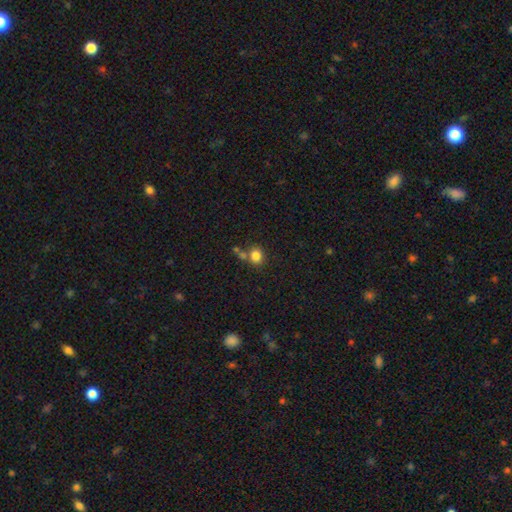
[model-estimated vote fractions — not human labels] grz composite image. It shows a smooth galaxy with no disk features (82%) that is round (69%). Merging: none (63%).